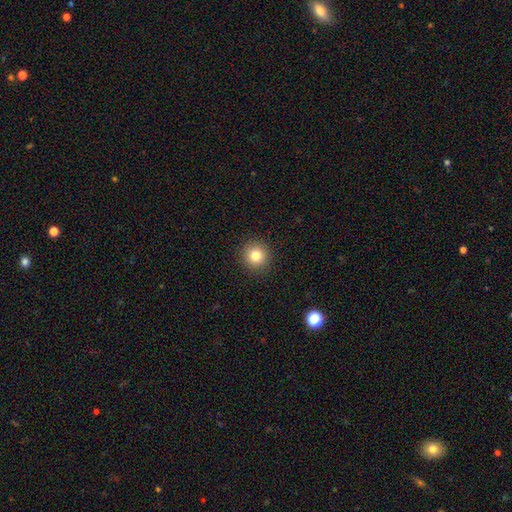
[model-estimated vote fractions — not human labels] A smooth galaxy with no disk features (81%) that is round (94%). Merging: none (92%).